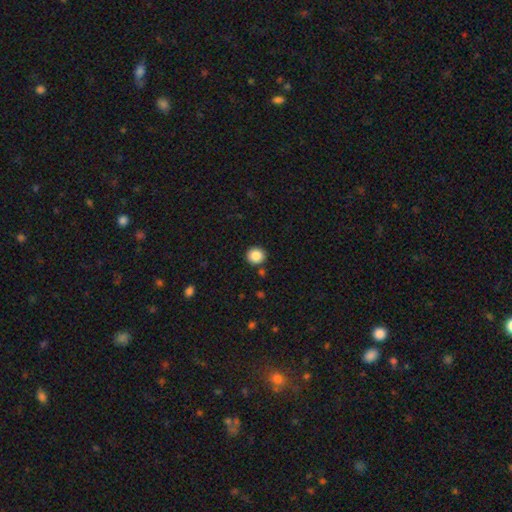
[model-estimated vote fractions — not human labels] Smooth or featured: smooth — 86% (star or artifact — 9%)
How rounded: round — 93% (in between — 6%)
Merging: none — 89% (minor disturbance — 6%)